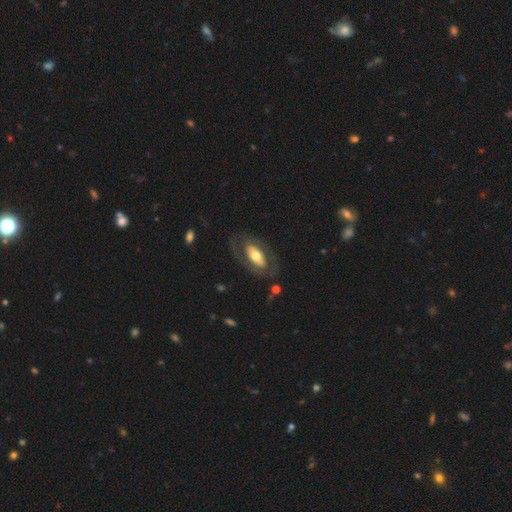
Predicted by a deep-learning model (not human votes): Smooth or featured: featured or disk — 53% (smooth — 42%)
Edge-on disk: no — 86% (yes — 14%)
Merging: none — 73% (minor disturbance — 14%)